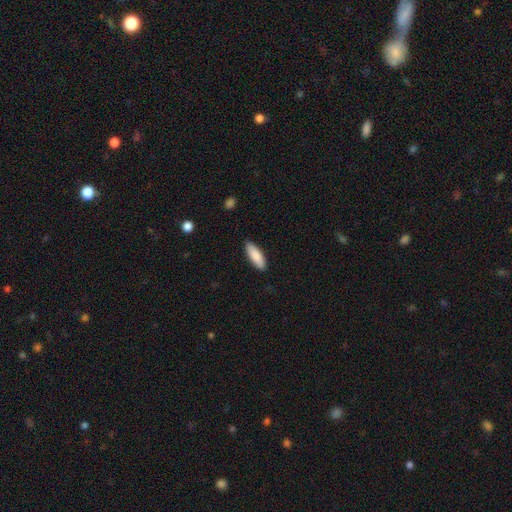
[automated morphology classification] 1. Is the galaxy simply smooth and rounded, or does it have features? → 86% smooth, 9% featured or disk, 5% star or artifact.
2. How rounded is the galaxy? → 61% in between, 37% cigar-shaped, 2% round.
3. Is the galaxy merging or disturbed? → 87% none, 10% minor disturbance, 2% major disturbance, 1% merger.